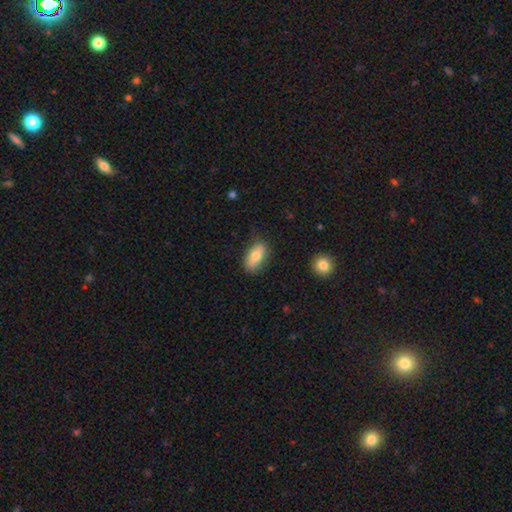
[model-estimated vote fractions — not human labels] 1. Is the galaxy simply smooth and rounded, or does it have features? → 76% smooth, 17% featured or disk, 7% star or artifact.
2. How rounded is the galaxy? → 90% in between, 6% cigar-shaped, 5% round.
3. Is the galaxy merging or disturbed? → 80% none, 16% minor disturbance, 3% major disturbance, 2% merger.